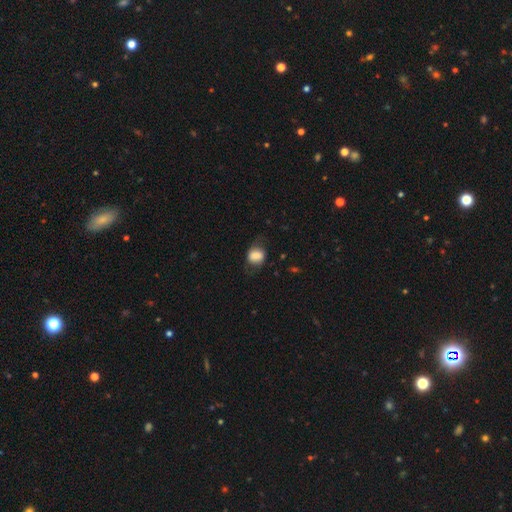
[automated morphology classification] Q: Smooth or featured?
A: smooth (74%); runner-up: featured or disk (18%)
Q: How rounded?
A: in between (57%); runner-up: round (42%)
Q: Merging?
A: none (61%); runner-up: minor disturbance (25%)